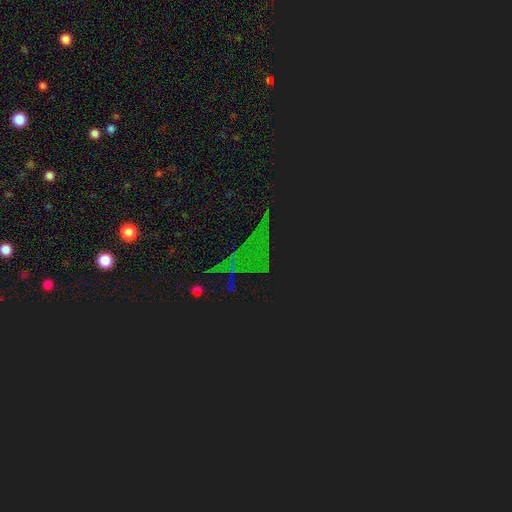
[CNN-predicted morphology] Smooth or featured?
  - star or artifact: 79% *
  - smooth: 12%
  - featured or disk: 9%